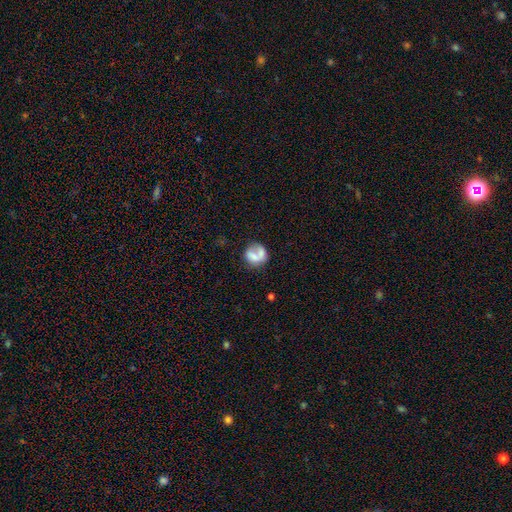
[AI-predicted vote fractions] smooth 59%, featured or disk 32%, star or artifact 8%. Down the decision tree: how rounded — round (73%); merging — none (40%).